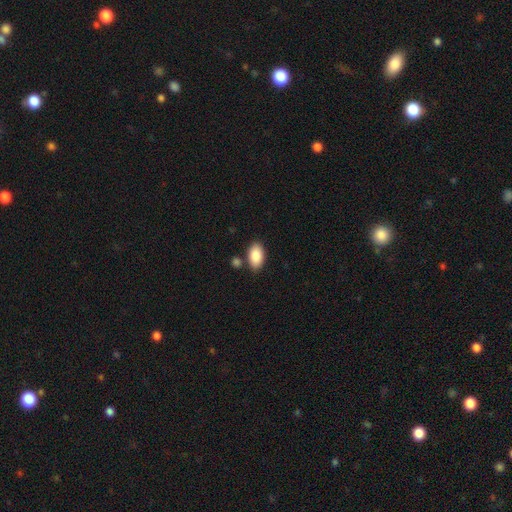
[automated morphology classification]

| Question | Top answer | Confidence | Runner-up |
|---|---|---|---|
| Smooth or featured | smooth | 88% | star or artifact (6%) |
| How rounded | in between | 94% | round (4%) |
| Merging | none | 79% | minor disturbance (11%) |